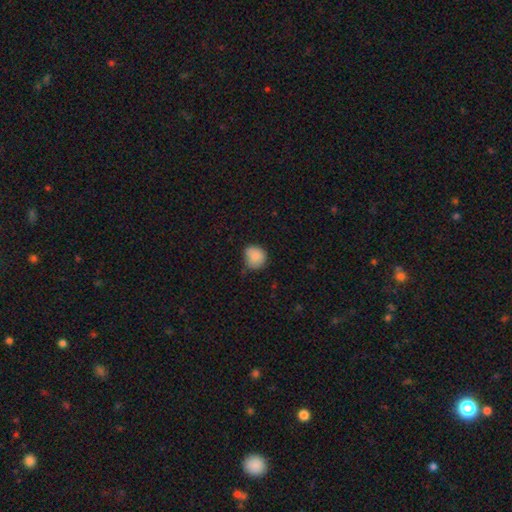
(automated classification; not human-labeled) Overall: smooth (85%). How rounded: round (80%). Merging: none (59%; minor disturbance 33%).